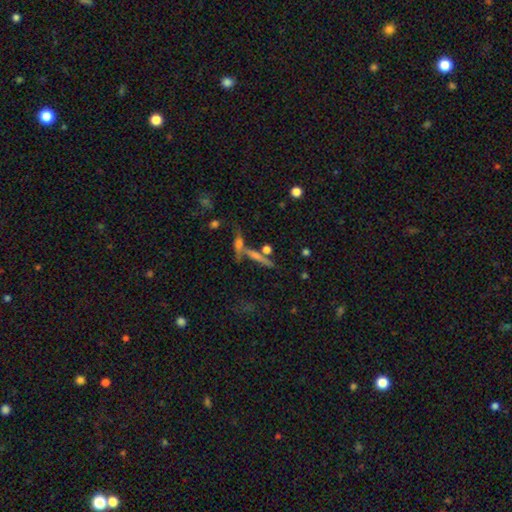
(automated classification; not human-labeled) Smooth or featured?
  - featured or disk: 48% *
  - smooth: 31%
  - star or artifact: 21%
Merging?
  - none: 53% *
  - merger: 29%
  - minor disturbance: 11%
  - major disturbance: 7%